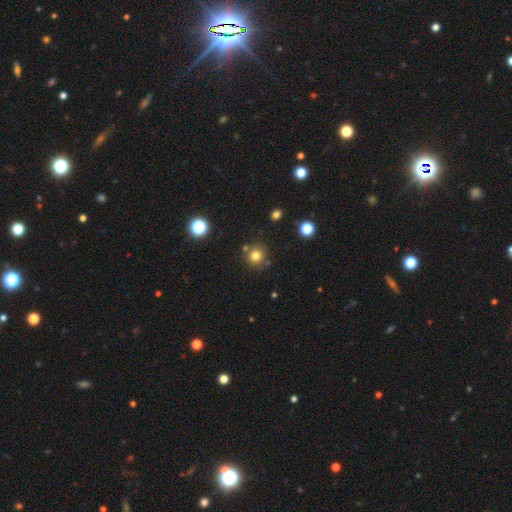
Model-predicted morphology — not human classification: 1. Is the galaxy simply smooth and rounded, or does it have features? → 79% smooth, 14% star or artifact, 7% featured or disk.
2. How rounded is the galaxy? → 91% round, 8% in between, 1% cigar-shaped.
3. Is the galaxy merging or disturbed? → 80% none, 9% minor disturbance, 8% merger, 3% major disturbance.